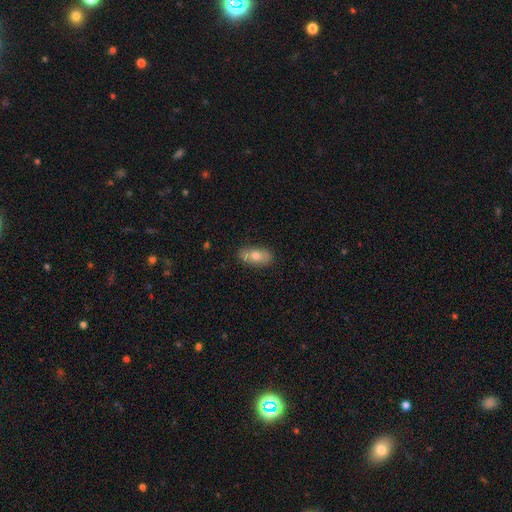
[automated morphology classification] Smooth or featured?
  - smooth: 64% *
  - featured or disk: 28%
  - star or artifact: 7%
How rounded?
  - in between: 88% *
  - cigar-shaped: 6%
  - round: 6%
Merging?
  - none: 83% *
  - minor disturbance: 13%
  - major disturbance: 2%
  - merger: 1%